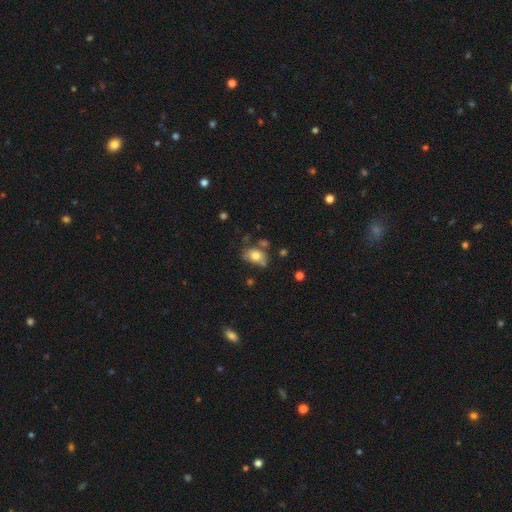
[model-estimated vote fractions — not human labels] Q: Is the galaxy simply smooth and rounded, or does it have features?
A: smooth — 75%.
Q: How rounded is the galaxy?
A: in between — 76%.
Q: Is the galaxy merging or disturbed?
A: none — 51%.